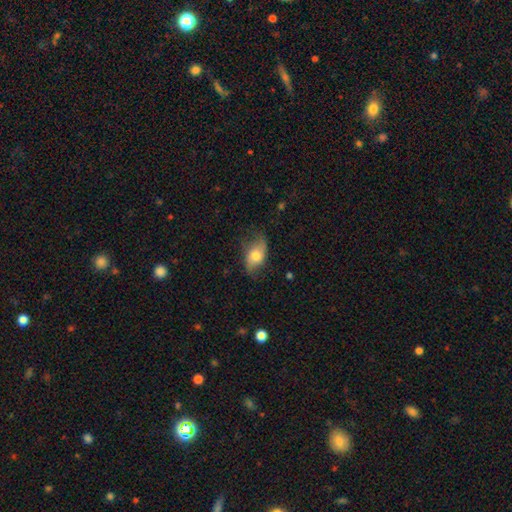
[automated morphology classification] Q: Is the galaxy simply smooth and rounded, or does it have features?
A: smooth — 59%.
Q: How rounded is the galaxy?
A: in between — 86%.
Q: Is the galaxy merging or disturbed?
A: none — 66%.